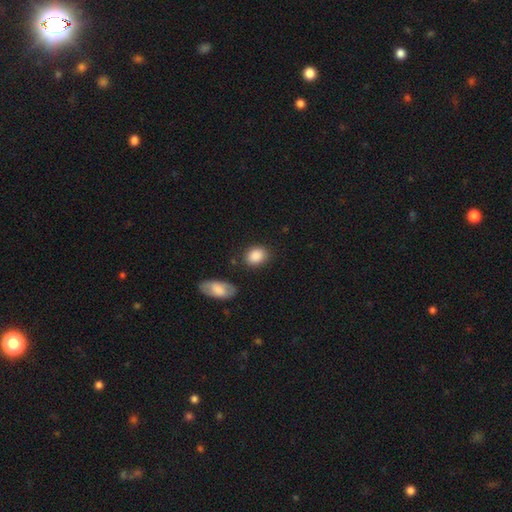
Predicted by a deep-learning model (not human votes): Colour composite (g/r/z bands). It shows a smooth galaxy with no disk features (88%) that is in between round and cigar-shaped (64%). Merging: none (78%).